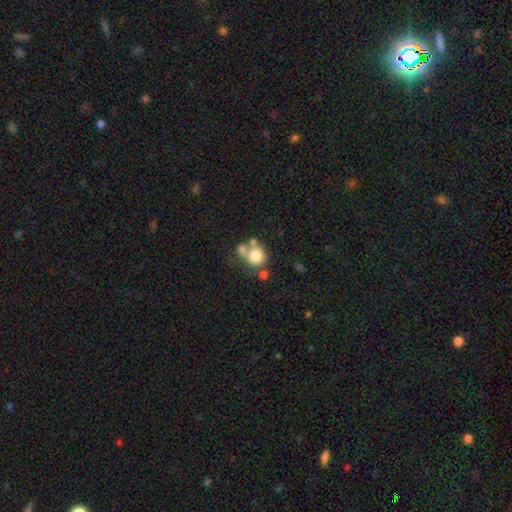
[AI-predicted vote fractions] Smooth or featured? smooth (75%)
How rounded? round (84%)
Merging? none (42%)